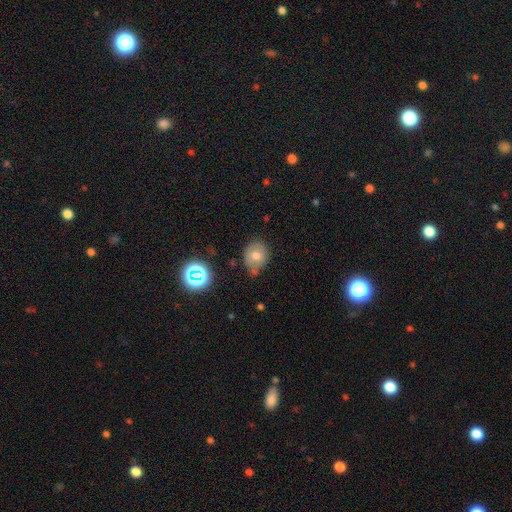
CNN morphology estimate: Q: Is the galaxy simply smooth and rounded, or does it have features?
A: smooth — 67%.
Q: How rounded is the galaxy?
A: round — 59%.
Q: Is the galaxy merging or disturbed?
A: none — 56%.